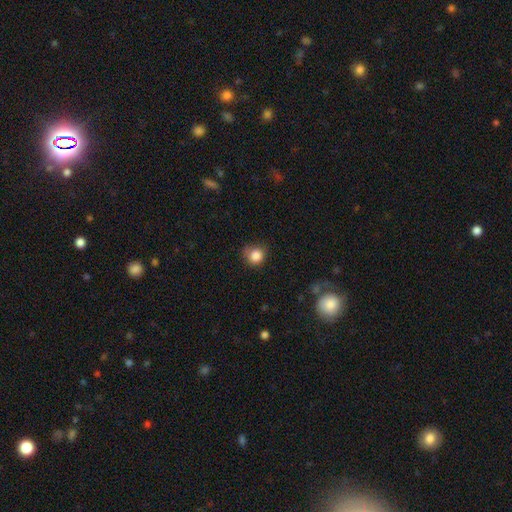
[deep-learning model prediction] Smooth or featured: smooth — 85% (star or artifact — 10%)
How rounded: round — 86% (in between — 13%)
Merging: none — 67% (minor disturbance — 25%)